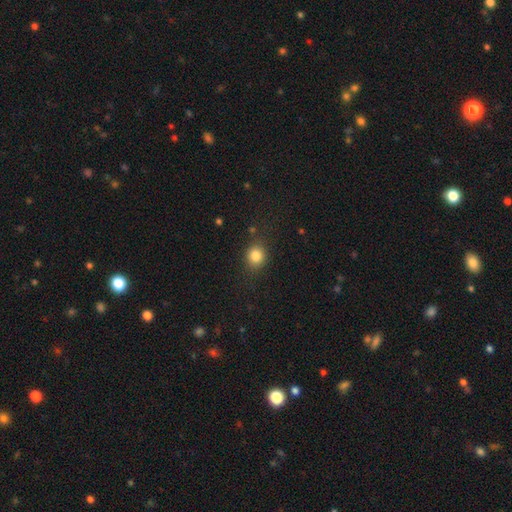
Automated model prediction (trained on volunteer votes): Overall: smooth (83%). How rounded: round (70%). Merging: none (81%).